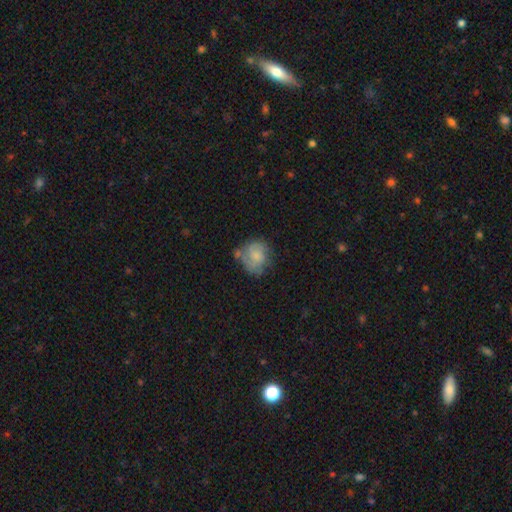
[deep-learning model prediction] A smooth galaxy with no disk features (58%) that is round (69%). Merging: none (45%).